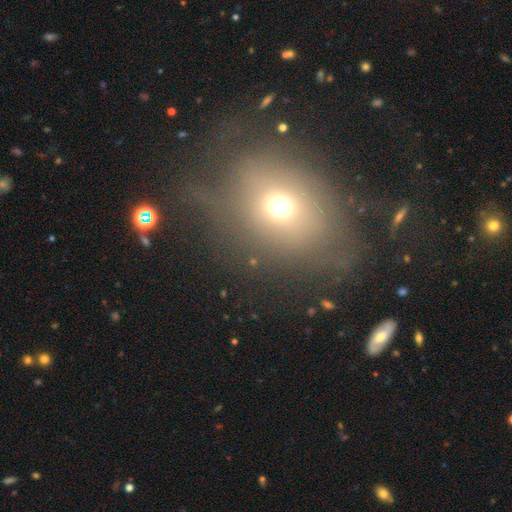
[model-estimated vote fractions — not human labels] smooth-or-featured: smooth: 55% | featured or disk: 23% | star or artifact: 22%
  how-rounded: round: 51% | in between: 47% | cigar-shaped: 2%
  merging: none: 61% | minor disturbance: 20% | major disturbance: 16% | merger: 3%